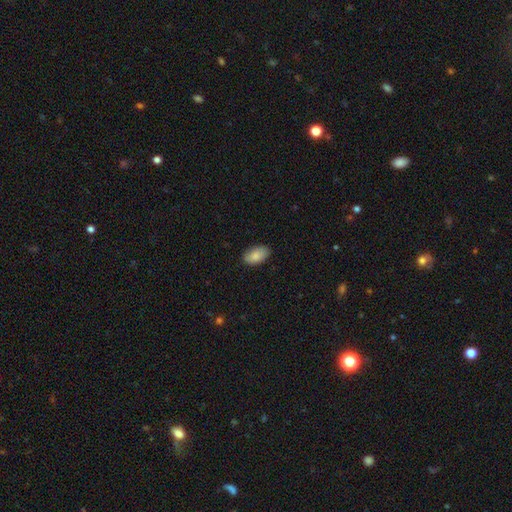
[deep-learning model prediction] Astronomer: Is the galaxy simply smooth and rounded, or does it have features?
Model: smooth — 87%.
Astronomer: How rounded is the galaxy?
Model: in between — 94%.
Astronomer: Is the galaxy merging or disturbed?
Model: none — 87%.